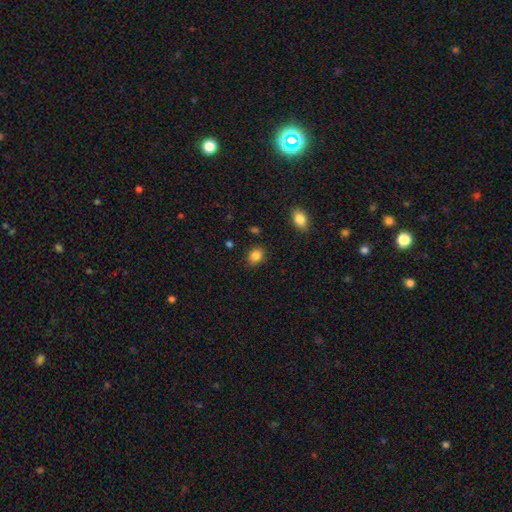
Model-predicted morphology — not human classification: Overall: smooth (85%). How rounded: round (51%; in between 48%). Merging: none (85%).